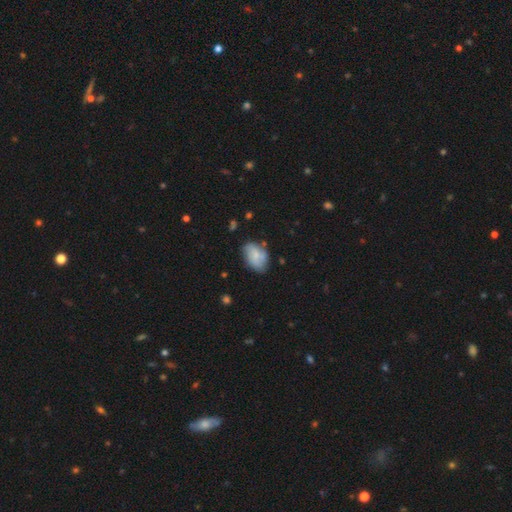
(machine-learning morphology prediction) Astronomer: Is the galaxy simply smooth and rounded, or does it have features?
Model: smooth — 70%.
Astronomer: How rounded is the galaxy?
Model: in between — 87%.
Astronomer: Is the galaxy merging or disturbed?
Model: none — 62%.